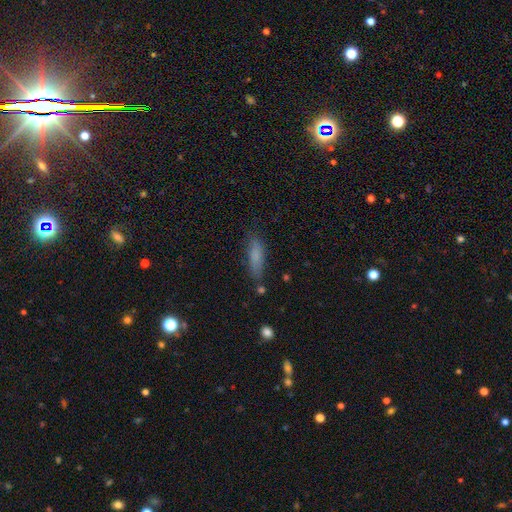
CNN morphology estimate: Smooth or featured? Predicted: smooth (p=0.76). How rounded? Predicted: cigar-shaped (p=0.59). Merging? Predicted: none (p=0.73).